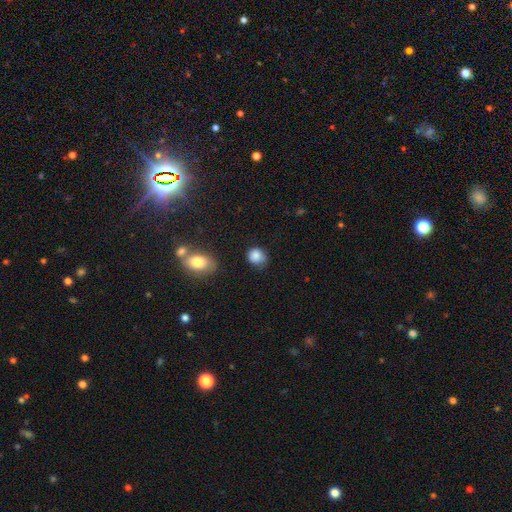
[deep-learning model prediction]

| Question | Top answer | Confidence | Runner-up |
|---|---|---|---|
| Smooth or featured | smooth | 85% | star or artifact (9%) |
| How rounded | round | 75% | in between (24%) |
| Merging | none | 62% | minor disturbance (27%) |